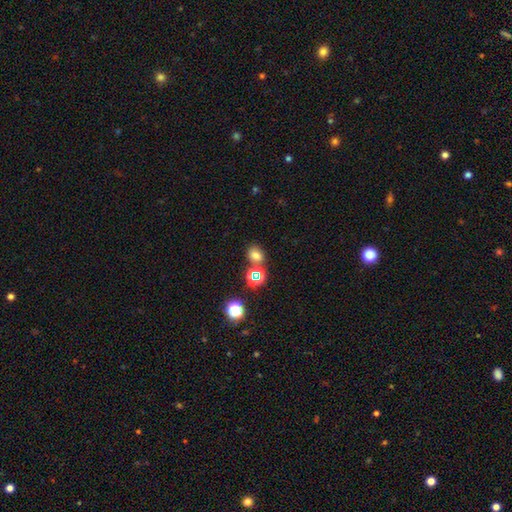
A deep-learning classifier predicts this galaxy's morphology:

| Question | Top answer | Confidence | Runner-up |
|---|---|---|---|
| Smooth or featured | smooth | 68% | star or artifact (24%) |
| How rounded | in between | 50% | round (49%) |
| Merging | none | 71% | merger (14%) |